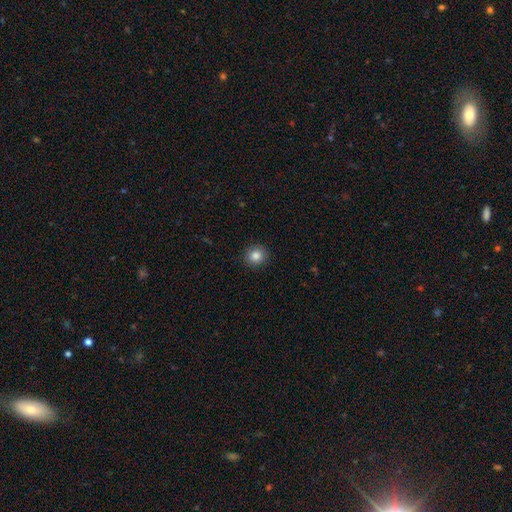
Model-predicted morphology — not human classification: Overall: smooth (84%). How rounded: round (88%). Merging: none (91%).